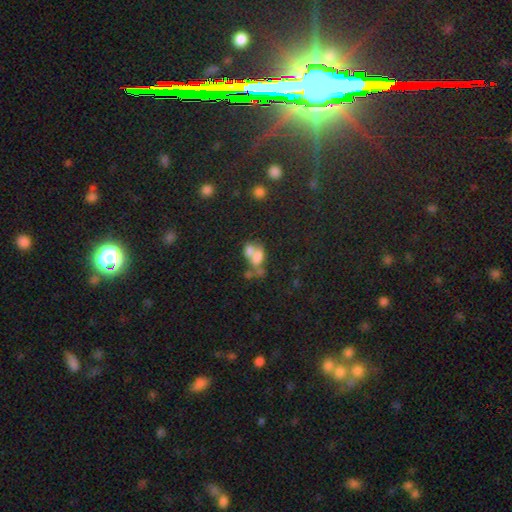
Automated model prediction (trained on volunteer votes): A smooth galaxy with no disk features (58%) that is in between round and cigar-shaped (77%).

Vote fractions:
- Smooth or featured? smooth: 58% / featured or disk: 26% / star or artifact: 16%
- How rounded? in between: 77% / round: 19% / cigar-shaped: 4%
- Merging? merger: 62% / none: 18% / major disturbance: 10% / minor disturbance: 9%